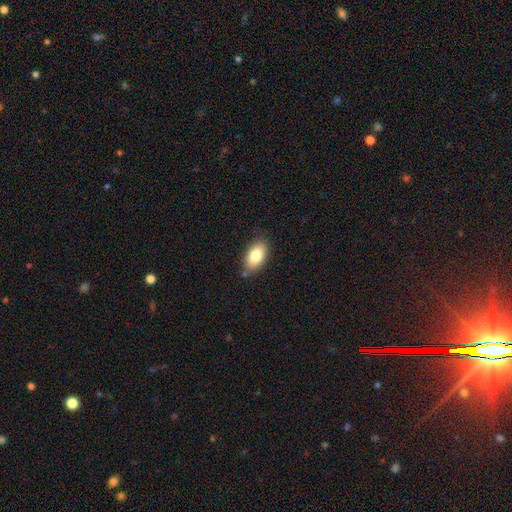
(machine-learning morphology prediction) smooth_or_featured: smooth (p=0.82) [alt: featured or disk p=0.11]
how_rounded: in between (p=0.92) [alt: round p=0.05]
merging: none (p=0.81) [alt: minor disturbance p=0.14]